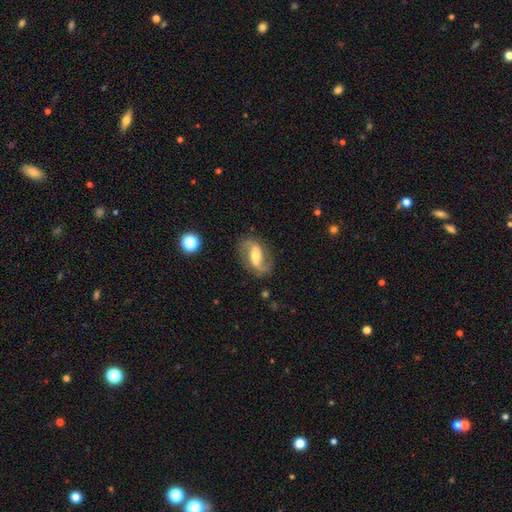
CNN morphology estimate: A featured or disk galaxy (79%) with a strong bar (40%), 2 (87%) loose (50%) spiral arms (91%) and a moderate central bulge (59%).

Vote fractions:
- Smooth or featured? featured or disk: 79% / smooth: 15% / star or artifact: 7%
- Edge-on disk? no: 95% / yes: 5%
- Bar? strong: 40% / weak: 38% / no: 22%
- Spiral arms? yes: 91% / no: 9%
- Spiral winding? loose: 50% / medium: 37% / tight: 13%
- Spiral arm count? 2: 87% / 1: 6% / can't tell: 4% / 3: 1% / 4: 1% / more than 4: 1%
- Bulge size? moderate: 59% / small: 30% / large: 7% / none: 2% / dominant: 1%
- Merging? none: 75% / minor disturbance: 15% / major disturbance: 8% / merger: 2%